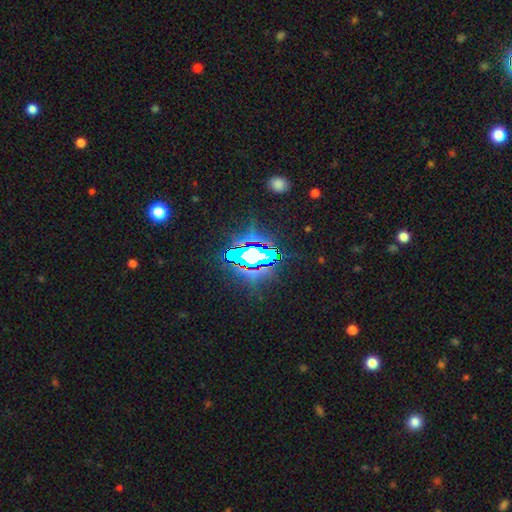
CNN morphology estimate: Smooth or featured?
  - star or artifact: 73% *
  - smooth: 14%
  - featured or disk: 13%